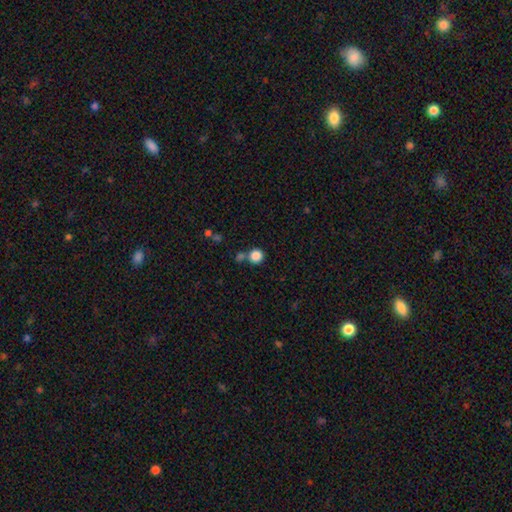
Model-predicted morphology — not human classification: Smooth or featured? Predicted: smooth (p=0.86). How rounded? Predicted: round (p=0.92). Merging? Predicted: none (p=0.66).